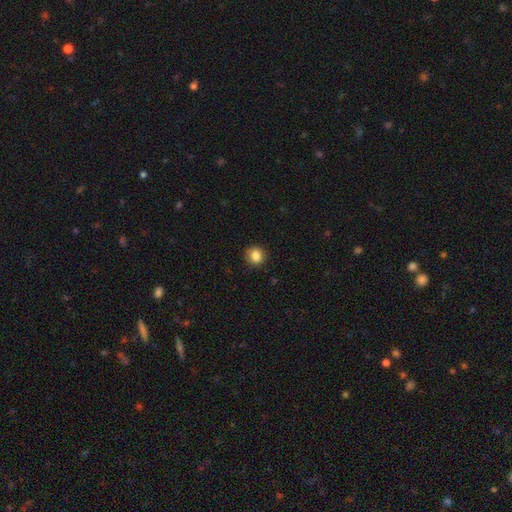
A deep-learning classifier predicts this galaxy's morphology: Smooth or featured? Predicted: smooth (p=0.86). How rounded? Predicted: round (p=0.88). Merging? Predicted: none (p=0.87).